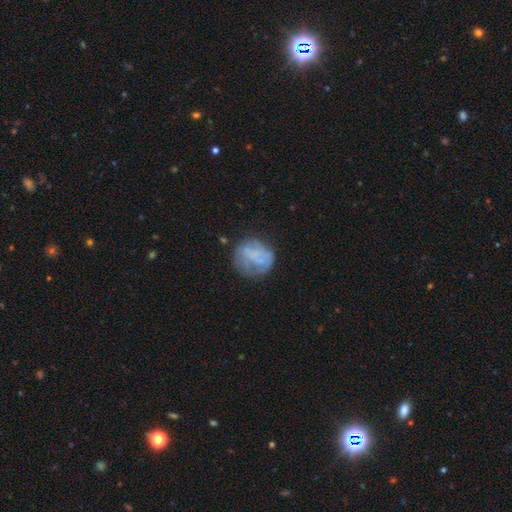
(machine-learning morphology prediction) smooth-or-featured: smooth: 48% | featured or disk: 41% | star or artifact: 11%
  merging: none: 55% | minor disturbance: 24% | major disturbance: 18% | merger: 3%